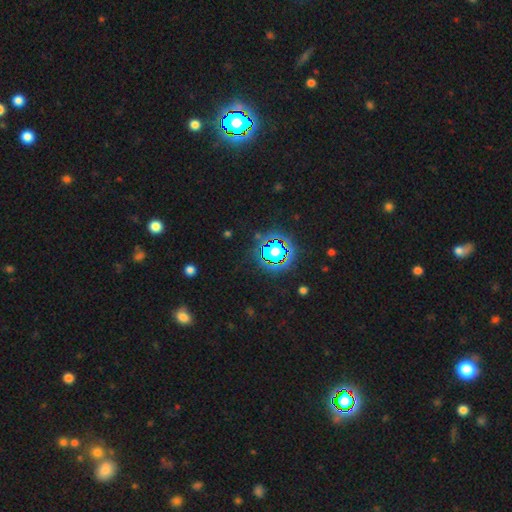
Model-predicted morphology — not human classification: This is clearly a star or artifact rather than a galaxy (81%).